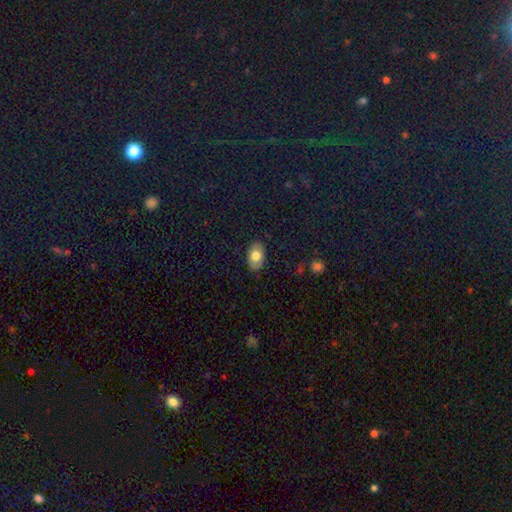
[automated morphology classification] smooth_or_featured: smooth (p=0.75) [alt: featured or disk p=0.18]
how_rounded: in between (p=0.89) [alt: round p=0.10]
merging: none (p=0.85) [alt: minor disturbance p=0.12]